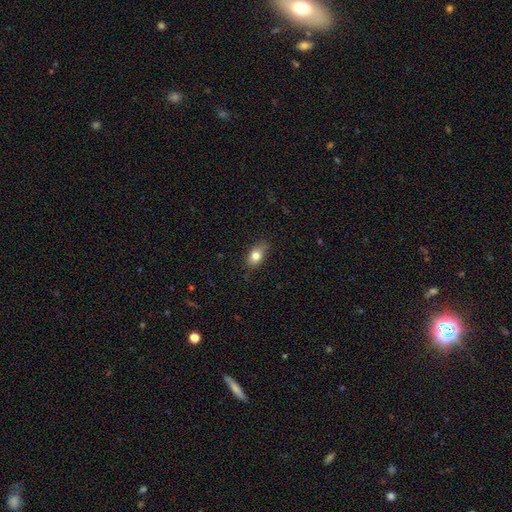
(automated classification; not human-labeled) smooth 80%, featured or disk 11%, star or artifact 9%. Down the decision tree: how rounded — in between (81%); merging — none (75%).